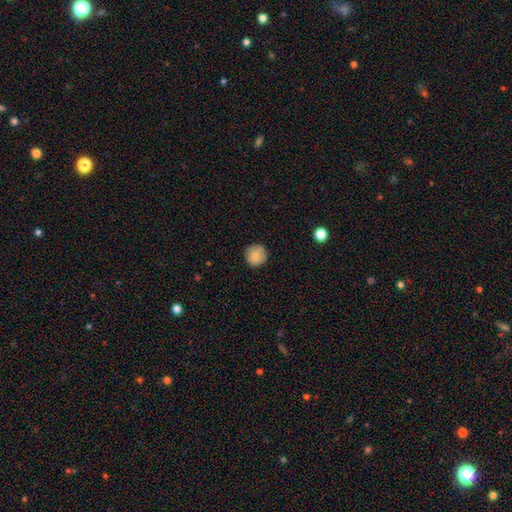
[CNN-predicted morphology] Smooth or featured? smooth (85%)
How rounded? round (95%)
Merging? none (88%)